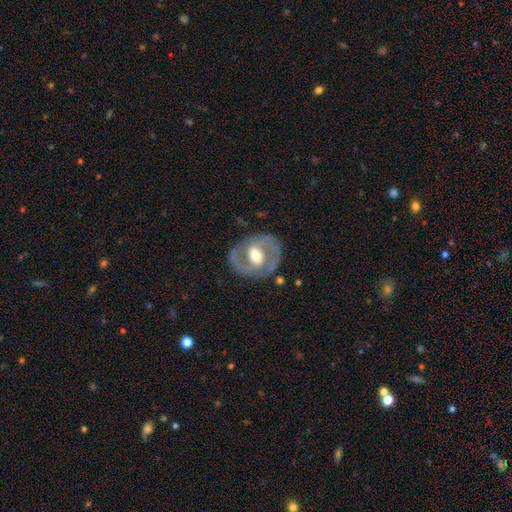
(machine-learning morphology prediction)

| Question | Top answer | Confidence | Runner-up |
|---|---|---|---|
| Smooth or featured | featured or disk | 77% | smooth (18%) |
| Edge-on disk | no | 96% | yes (4%) |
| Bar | weak | 44% | no (30%) |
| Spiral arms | yes | 75% | no (25%) |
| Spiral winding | medium | 51% | tight (31%) |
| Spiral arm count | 2 | 85% | can't tell (8%) |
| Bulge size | moderate | 68% | large (18%) |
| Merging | none | 79% | minor disturbance (13%) |